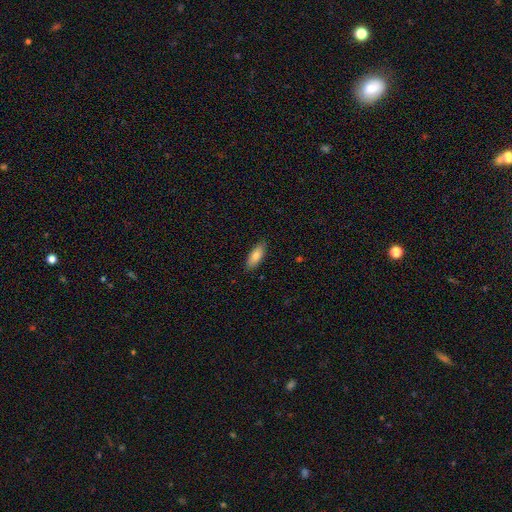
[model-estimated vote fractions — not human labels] Smooth or featured? Predicted: smooth (p=0.79). How rounded? Predicted: in between (p=0.74). Merging? Predicted: none (p=0.88).